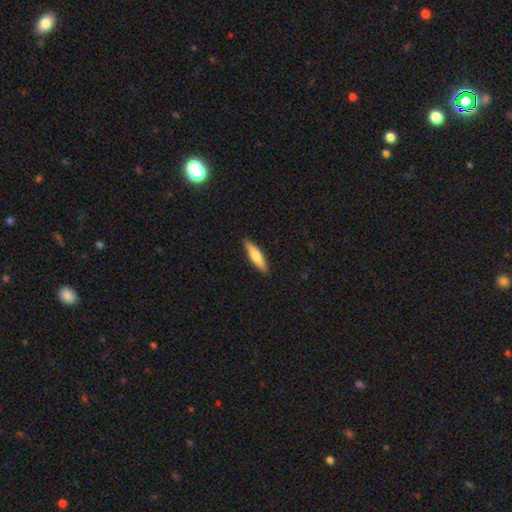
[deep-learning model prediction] Q: Smooth or featured?
A: smooth (65%); runner-up: featured or disk (30%)
Q: How rounded?
A: cigar-shaped (71%); runner-up: in between (27%)
Q: Merging?
A: none (90%); runner-up: minor disturbance (7%)